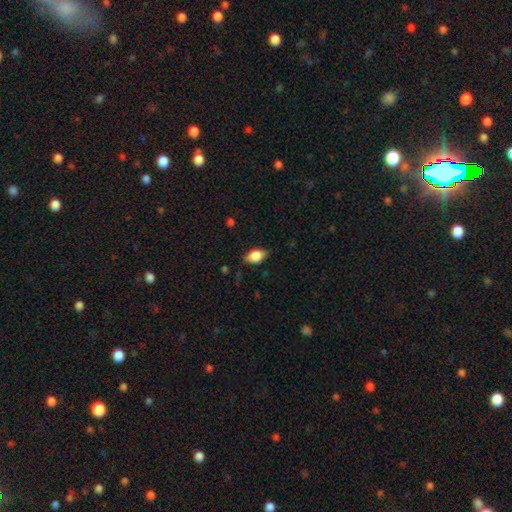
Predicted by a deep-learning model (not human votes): Overall: smooth (80%). How rounded: in between (86%). Merging: none (79%).